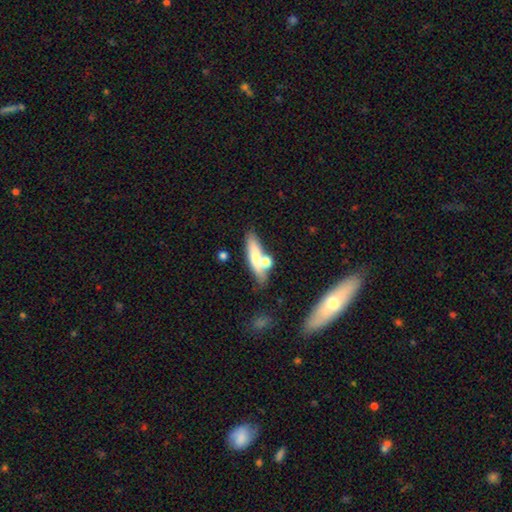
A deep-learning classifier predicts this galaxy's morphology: Overall: smooth (62%; featured or disk 29%). How rounded: cigar-shaped (62%; in between 33%). Merging: none (60%; merger 22%).